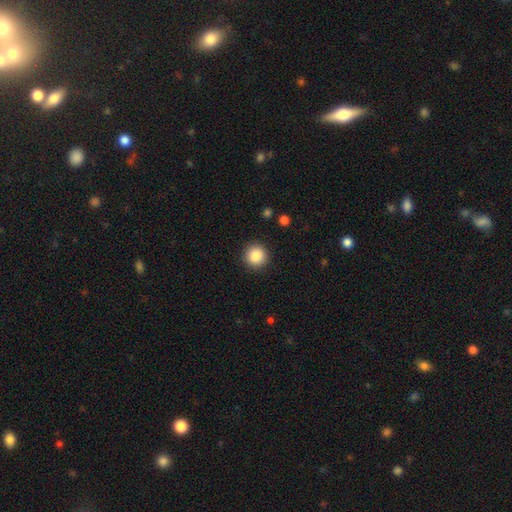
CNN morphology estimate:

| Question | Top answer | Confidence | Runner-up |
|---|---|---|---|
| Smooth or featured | smooth | 87% | star or artifact (9%) |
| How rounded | round | 95% | in between (4%) |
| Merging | none | 92% | minor disturbance (5%) |